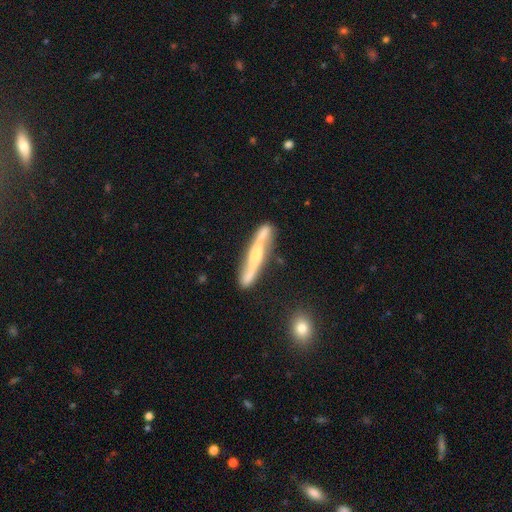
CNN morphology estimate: This is likely a featured or disk galaxy (75%). It is likely viewed edge-on (60%). Merging: likely none (76%).